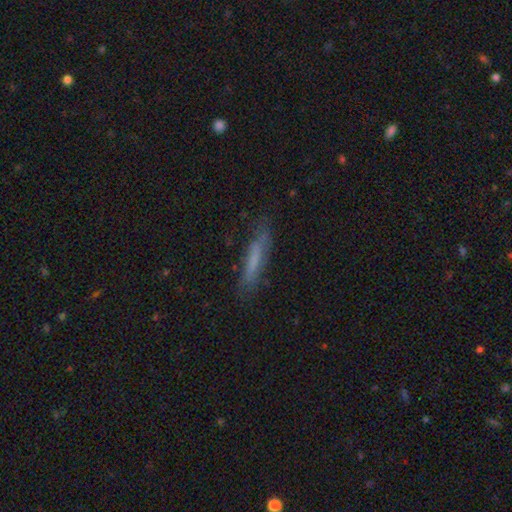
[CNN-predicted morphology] smooth-or-featured: smooth: 59% | featured or disk: 31% | star or artifact: 9%
  how-rounded: cigar-shaped: 89% | in between: 9% | round: 1%
  merging: none: 79% | minor disturbance: 15% | major disturbance: 4% | merger: 2%